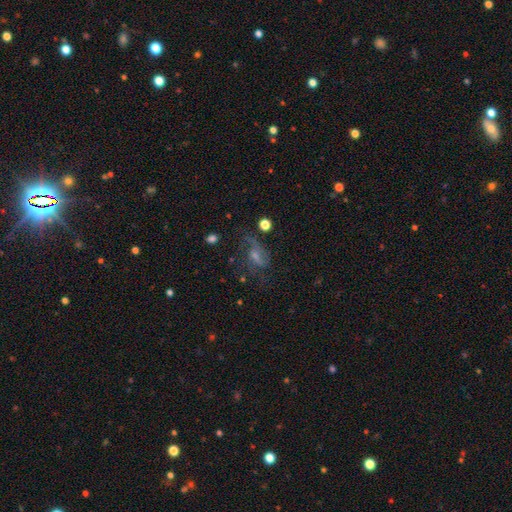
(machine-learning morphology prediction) Smooth or featured? featured or disk (61%)
Edge-on disk? no (95%)
Bar? weak (43%, tied with no)
Spiral arms? yes (84%)
Bulge size? small (50%)
Merging? none (58%)